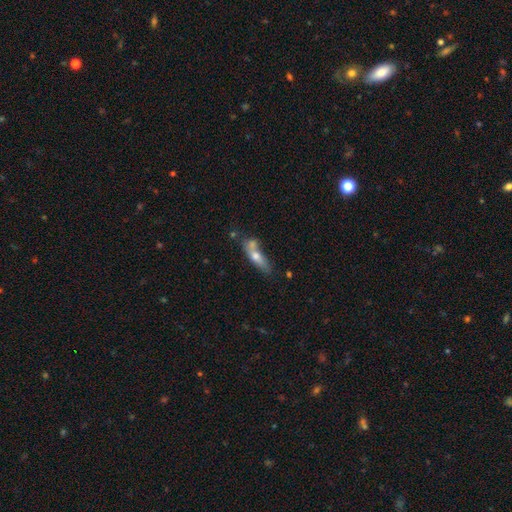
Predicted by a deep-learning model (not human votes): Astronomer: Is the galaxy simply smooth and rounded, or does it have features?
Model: smooth — 59%.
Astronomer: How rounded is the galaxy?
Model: cigar-shaped — 61%.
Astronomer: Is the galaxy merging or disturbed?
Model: none — 44% (runner-up: merger, 31%).